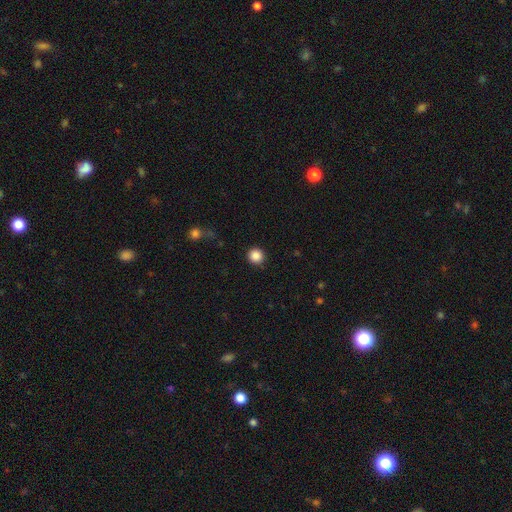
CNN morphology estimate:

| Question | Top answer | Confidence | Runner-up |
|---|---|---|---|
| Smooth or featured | smooth | 87% | star or artifact (10%) |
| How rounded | round | 95% | in between (4%) |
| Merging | none | 91% | minor disturbance (5%) |